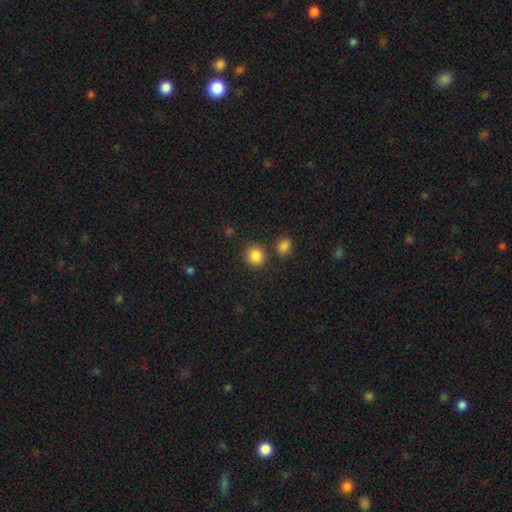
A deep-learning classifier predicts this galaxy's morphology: Smooth or featured? smooth (86%)
How rounded? round (87%)
Merging? none (80%)